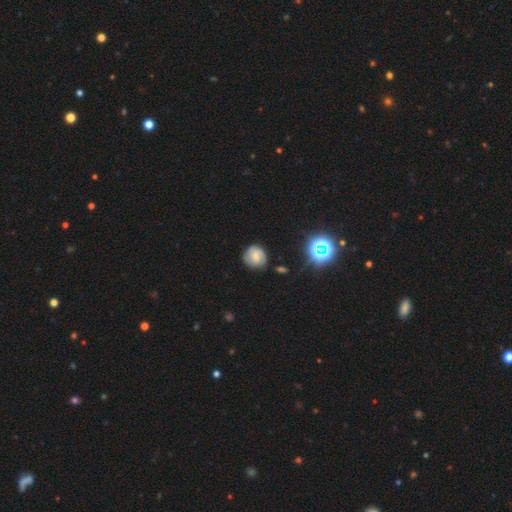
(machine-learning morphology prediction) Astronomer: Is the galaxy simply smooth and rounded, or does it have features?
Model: smooth — 50% (runner-up: featured or disk, 38%).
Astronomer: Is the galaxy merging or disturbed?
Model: none — 73%.